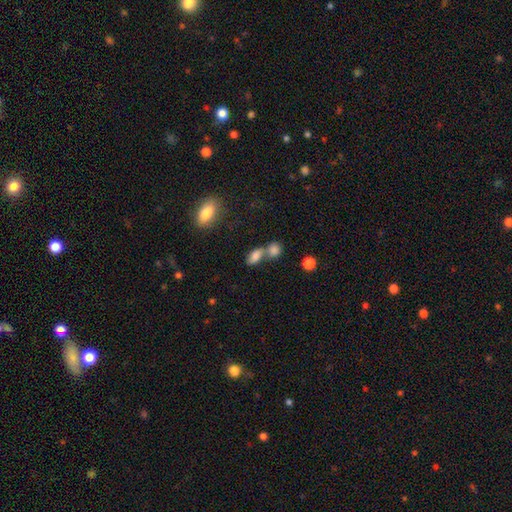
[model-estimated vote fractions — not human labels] Morphology: type=smooth (80%); roundness=in between (82%); merging=merger (51%).